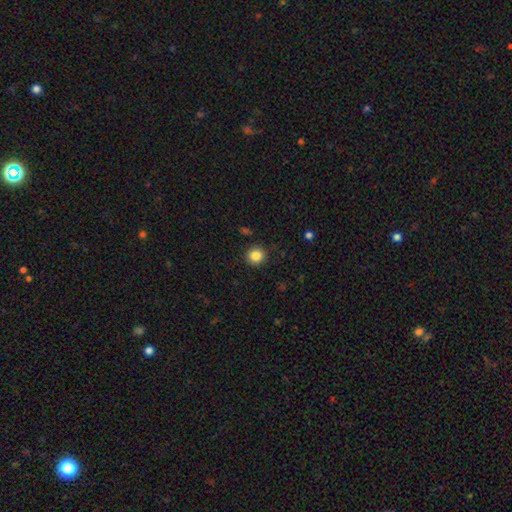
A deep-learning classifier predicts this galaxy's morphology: Smooth or featured? Predicted: smooth (p=0.84). How rounded? Predicted: round (p=0.93). Merging? Predicted: none (p=0.92).